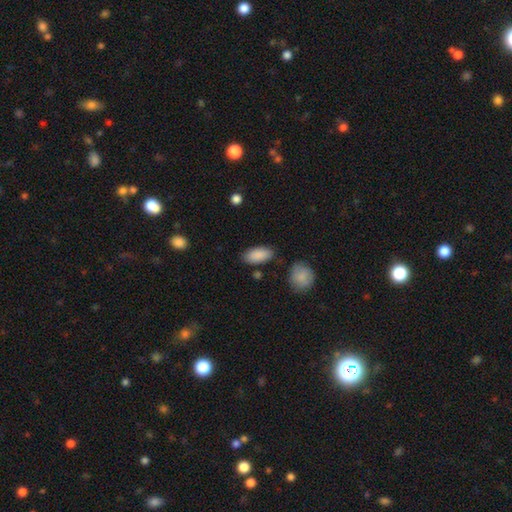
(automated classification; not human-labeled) The model was most divided on "merging": none: 83%, minor disturbance: 11%, merger: 3%, major disturbance: 3%. More confident: how rounded — in between (91%); smooth or featured — smooth (89%).